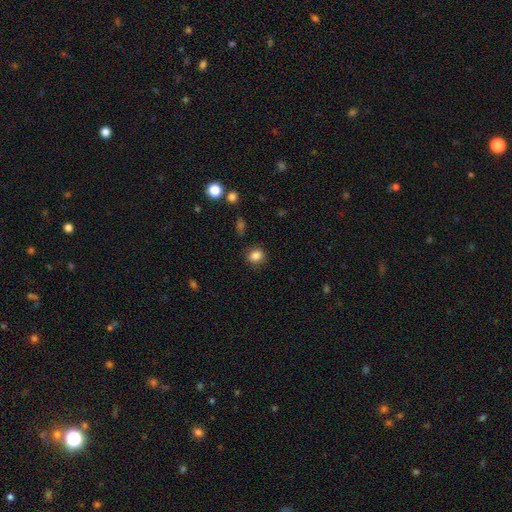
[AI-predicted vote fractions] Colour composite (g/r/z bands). It shows a smooth galaxy with no disk features (84%) that is round (67%). Merging: none (86%).